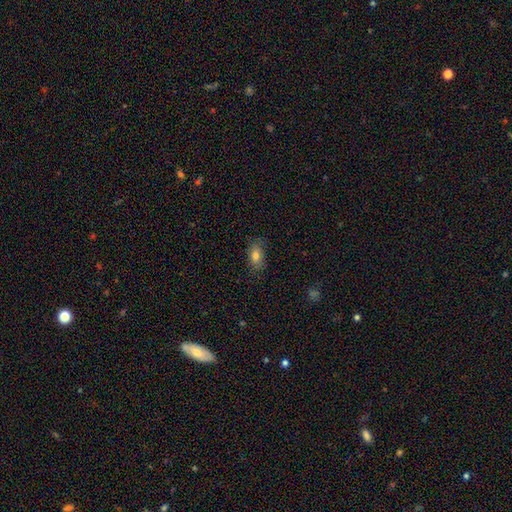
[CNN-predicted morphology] smooth 79%, featured or disk 11%, star or artifact 10%. Down the decision tree: how rounded — in between (85%); merging — none (82%).